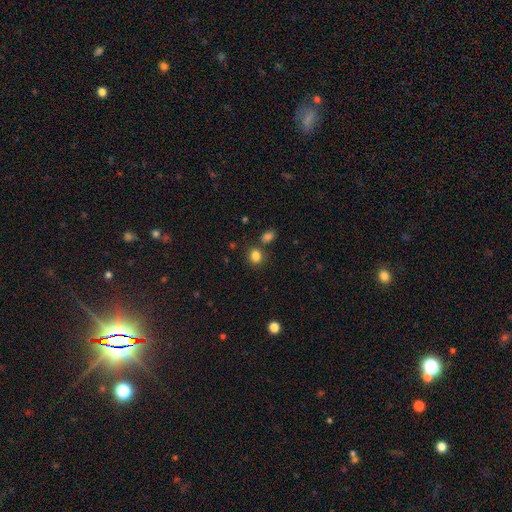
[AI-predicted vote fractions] smooth-or-featured: smooth: 84% | star or artifact: 12% | featured or disk: 5%
  how-rounded: round: 67% | in between: 32% | cigar-shaped: 1%
  merging: none: 73% | merger: 12% | minor disturbance: 11% | major disturbance: 4%